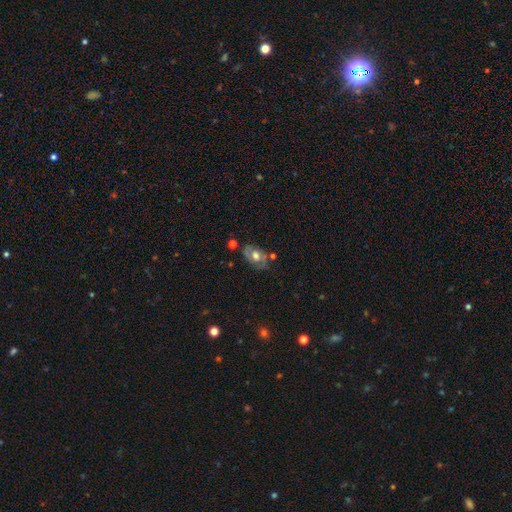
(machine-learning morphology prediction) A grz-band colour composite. It shows a featured or disk galaxy (54%). Merging: none (66%).